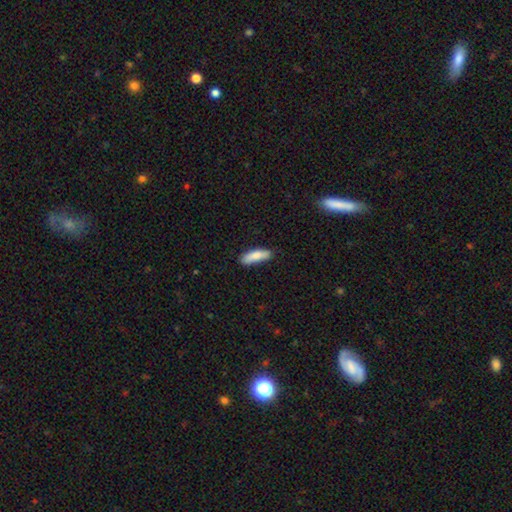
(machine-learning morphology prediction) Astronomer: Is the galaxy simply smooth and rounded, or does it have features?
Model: smooth — 81%.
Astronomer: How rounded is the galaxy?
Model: cigar-shaped — 53% (runner-up: in between, 45%).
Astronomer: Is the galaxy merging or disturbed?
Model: none — 78%.